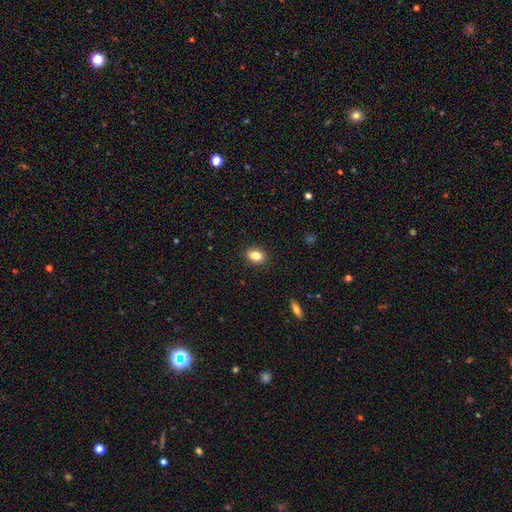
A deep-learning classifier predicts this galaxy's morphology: smooth-or-featured: smooth: 83% | star or artifact: 9% | featured or disk: 7%
  how-rounded: in between: 75% | round: 23% | cigar-shaped: 2%
  merging: none: 89% | minor disturbance: 8% | major disturbance: 2% | merger: 1%